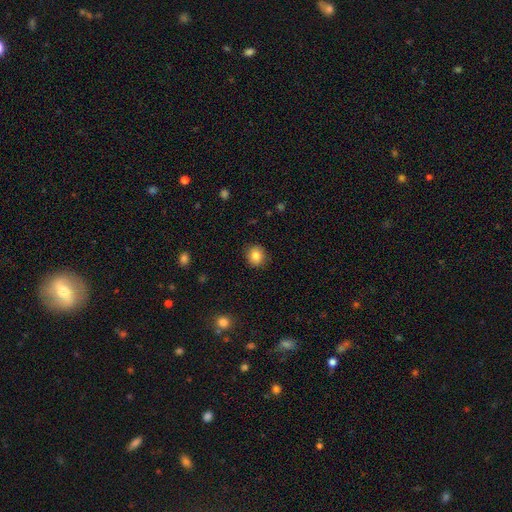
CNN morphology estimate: A smooth galaxy with no disk features (84%) that is round (85%).

Vote fractions:
- Smooth or featured? smooth: 84% / star or artifact: 10% / featured or disk: 6%
- How rounded? round: 85% / in between: 15% / cigar-shaped: 1%
- Merging? none: 90% / minor disturbance: 7% / major disturbance: 2% / merger: 1%